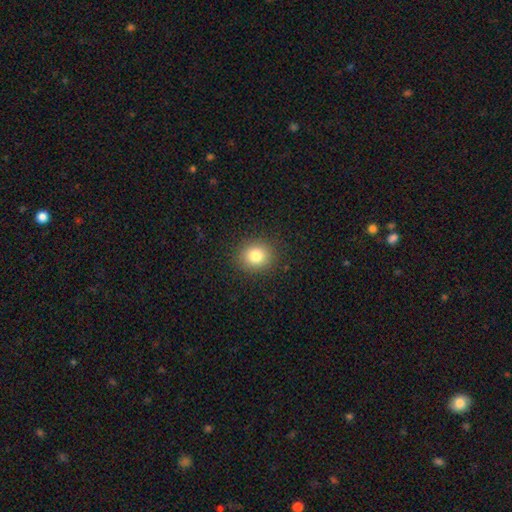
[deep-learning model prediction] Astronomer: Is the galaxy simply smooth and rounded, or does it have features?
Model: smooth — 81%.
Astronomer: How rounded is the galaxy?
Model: round — 79%.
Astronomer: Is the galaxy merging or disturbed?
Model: none — 90%.